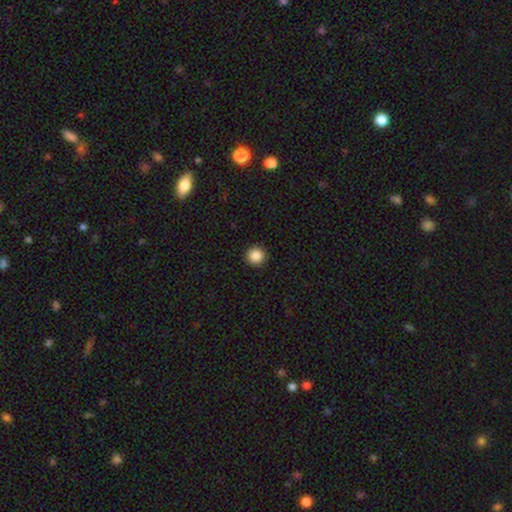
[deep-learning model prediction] Q: Smooth or featured?
A: smooth (86%); runner-up: star or artifact (10%)
Q: How rounded?
A: round (96%); runner-up: in between (4%)
Q: Merging?
A: none (93%); runner-up: minor disturbance (5%)